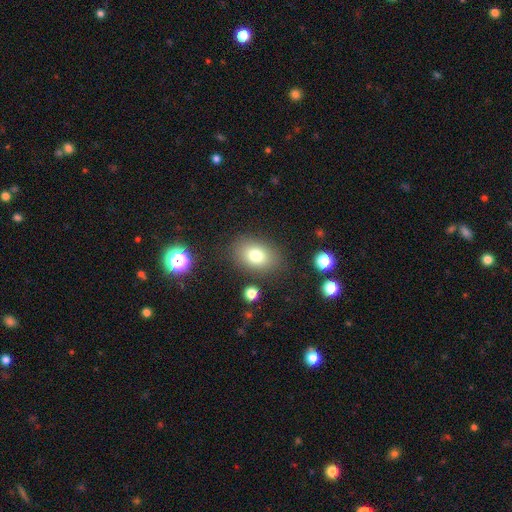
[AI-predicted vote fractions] Overall: smooth (78%). How rounded: in between (75%). Merging: none (82%).